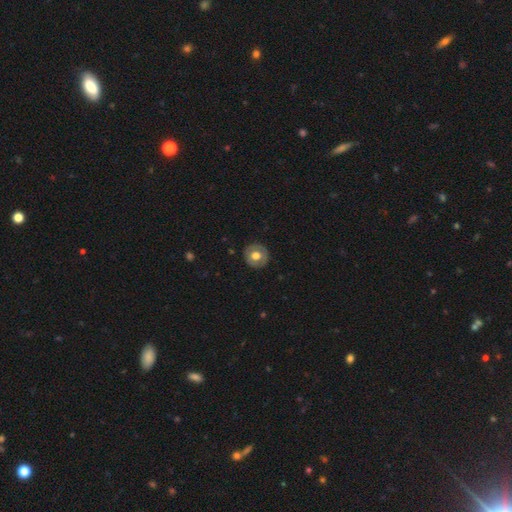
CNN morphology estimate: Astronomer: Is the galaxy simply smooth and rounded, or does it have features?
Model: smooth — 55% (runner-up: featured or disk, 38%).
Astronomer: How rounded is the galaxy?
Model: round — 88%.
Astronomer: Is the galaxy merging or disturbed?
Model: none — 86%.